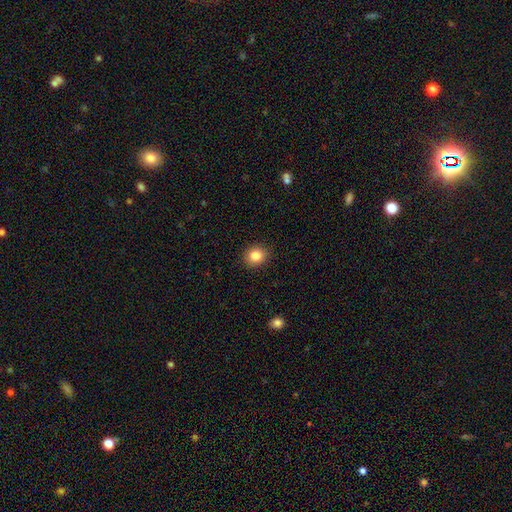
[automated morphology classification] Q: Smooth or featured?
A: smooth (85%); runner-up: star or artifact (10%)
Q: How rounded?
A: round (74%); runner-up: in between (25%)
Q: Merging?
A: none (91%); runner-up: minor disturbance (7%)